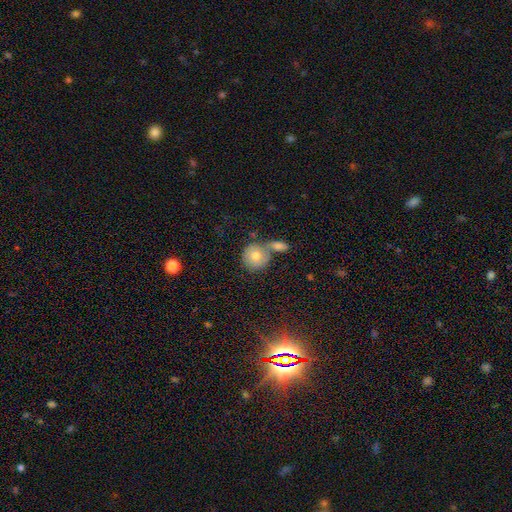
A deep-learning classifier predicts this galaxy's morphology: Overall: smooth (77%). How rounded: round (89%). Merging: none (48%; merger 37%).